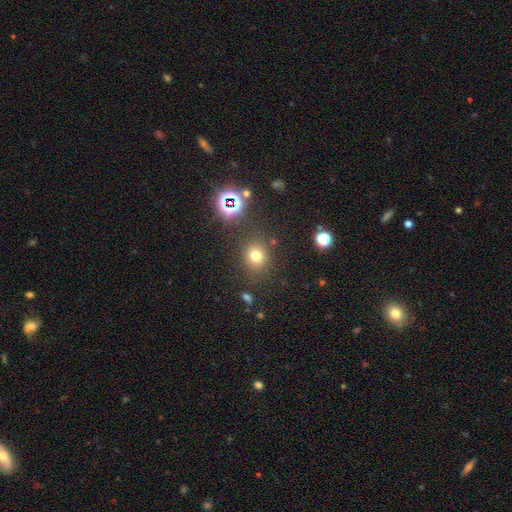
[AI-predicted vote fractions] Smooth or featured? smooth (70%)
How rounded? round (78%)
Merging? none (80%)